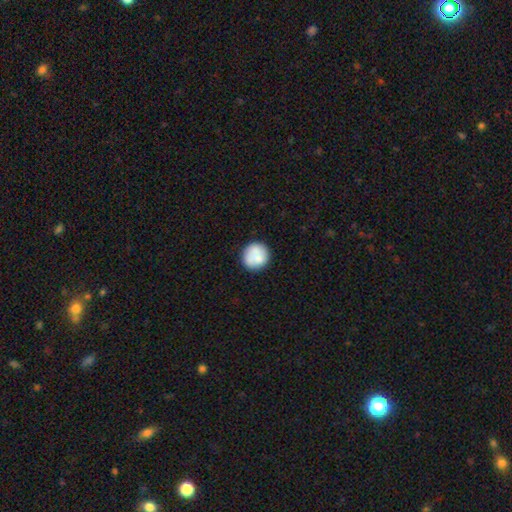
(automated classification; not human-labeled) This appears to be a smooth galaxy with no disk features (75%) that is round (91%). Merging: none (71%).